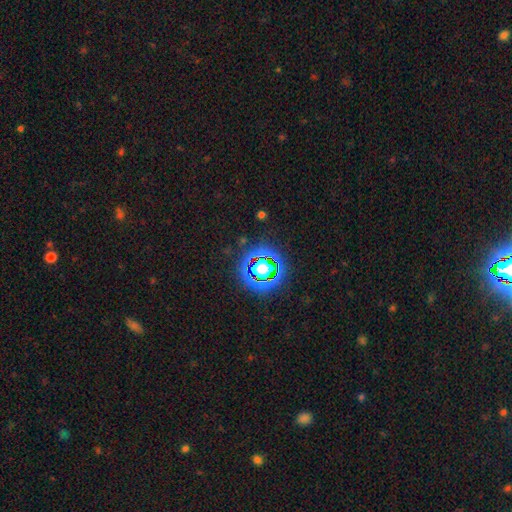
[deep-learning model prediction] Smooth or featured: star or artifact — 81% (smooth — 12%)